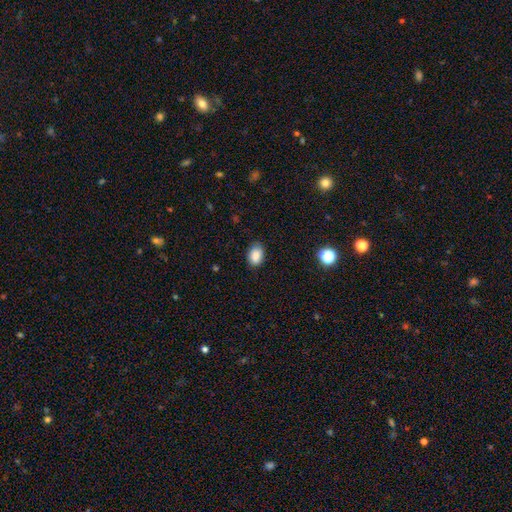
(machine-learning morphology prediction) Overall: smooth (87%). How rounded: in between (82%). Merging: none (82%).